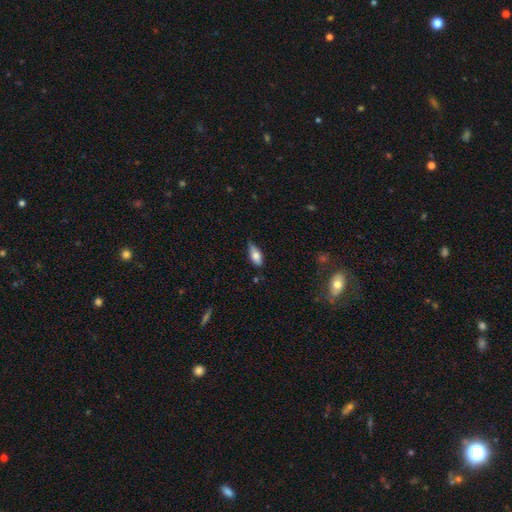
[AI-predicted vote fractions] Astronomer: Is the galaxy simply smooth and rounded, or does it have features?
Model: smooth — 74%.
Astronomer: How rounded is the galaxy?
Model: in between — 81%.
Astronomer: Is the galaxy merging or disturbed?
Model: none — 58% (runner-up: minor disturbance, 34%).